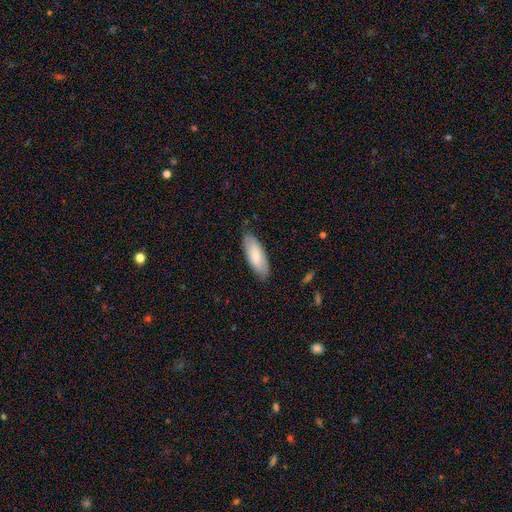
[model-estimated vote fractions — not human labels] Smooth or featured? smooth (75%)
How rounded? in between (72%)
Merging? none (85%)